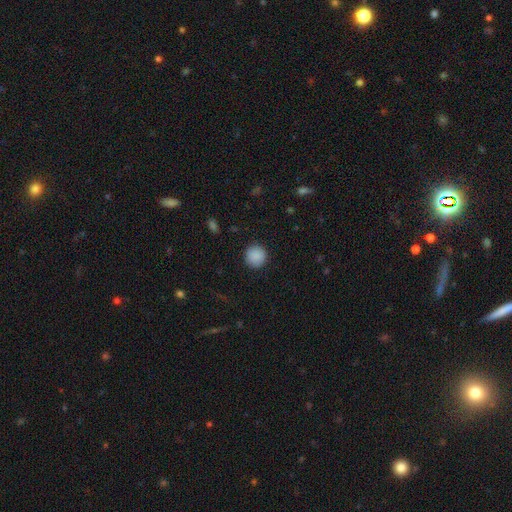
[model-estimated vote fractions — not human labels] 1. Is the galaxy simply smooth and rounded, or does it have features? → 89% smooth, 8% star or artifact, 3% featured or disk.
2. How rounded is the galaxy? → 94% round, 5% in between, 1% cigar-shaped.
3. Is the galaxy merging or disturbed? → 90% none, 7% minor disturbance, 2% major disturbance, 1% merger.